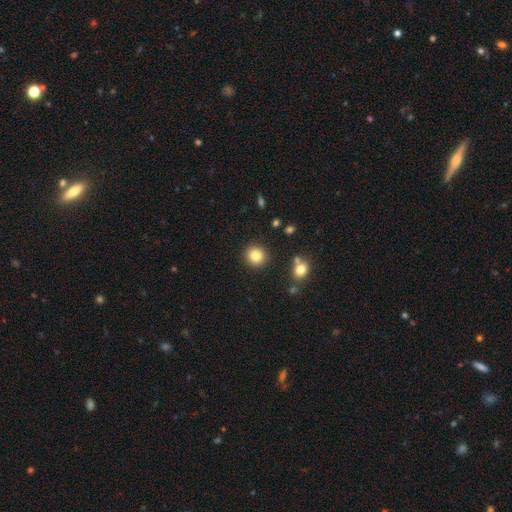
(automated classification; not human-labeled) smooth-or-featured: smooth: 84% | star or artifact: 10% | featured or disk: 6%
  how-rounded: round: 90% | in between: 9% | cigar-shaped: 1%
  merging: none: 89% | minor disturbance: 6% | merger: 2% | major disturbance: 2%